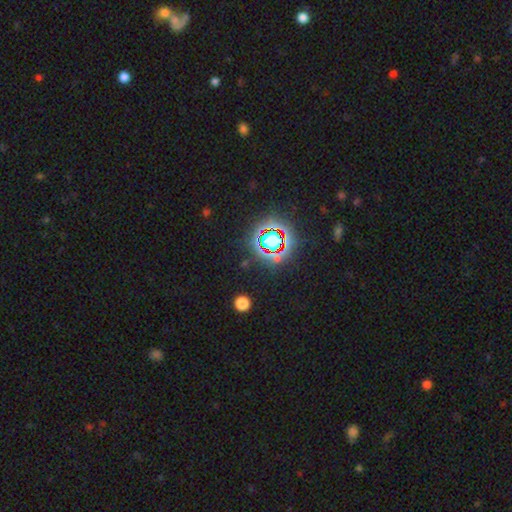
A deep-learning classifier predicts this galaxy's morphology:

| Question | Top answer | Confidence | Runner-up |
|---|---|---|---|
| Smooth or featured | star or artifact | 80% | smooth (12%) |